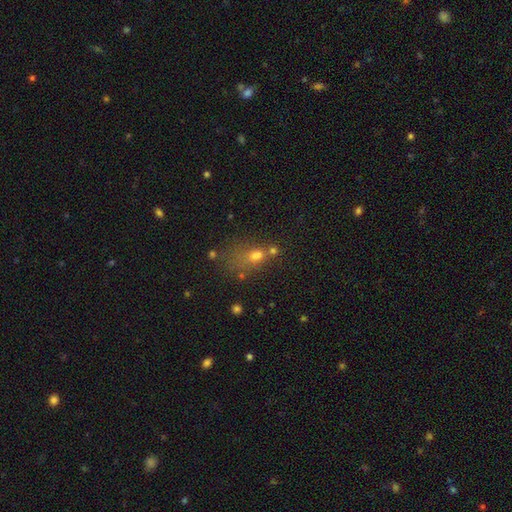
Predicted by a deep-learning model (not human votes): Q: Smooth or featured?
A: smooth (60%); runner-up: star or artifact (23%)
Q: How rounded?
A: in between (59%); runner-up: round (36%)
Q: Merging?
A: none (36%); runner-up: merger (28%)